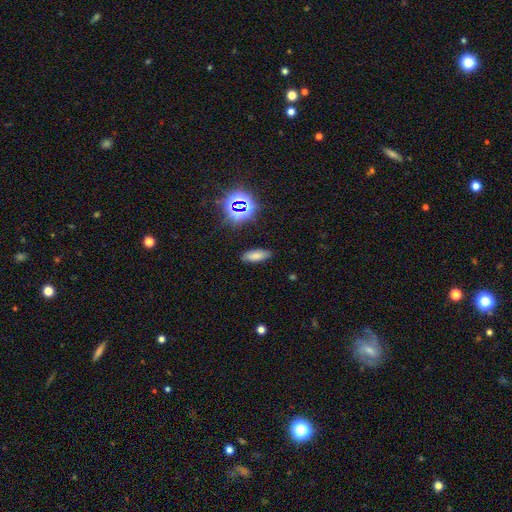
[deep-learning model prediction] smooth-or-featured: smooth: 70% | star or artifact: 20% | featured or disk: 11%
  how-rounded: in between: 74% | cigar-shaped: 23% | round: 4%
  merging: none: 85% | minor disturbance: 11% | major disturbance: 3% | merger: 2%